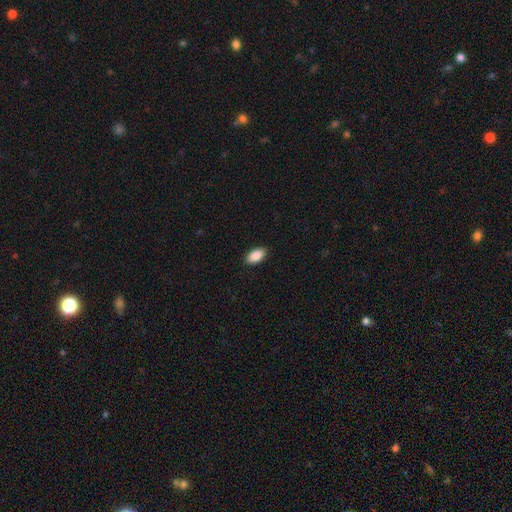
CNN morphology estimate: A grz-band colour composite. It shows a smooth galaxy with no disk features (89%) that is in between round and cigar-shaped (94%). Merging: none (89%).